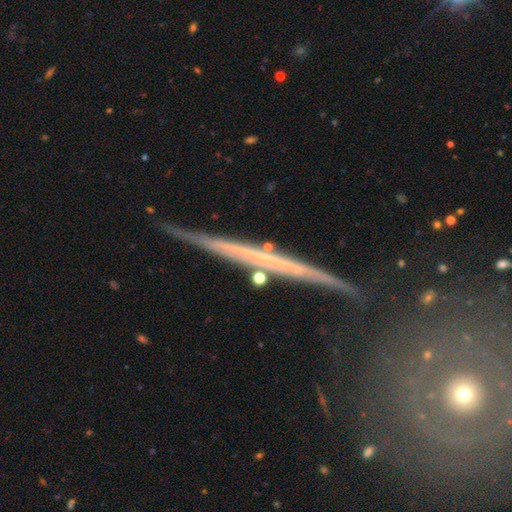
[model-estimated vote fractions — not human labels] Morphology: type=featured or disk (71%); edge-on=yes (96%); edge-on bulge=none (88%); merging=none (80%).